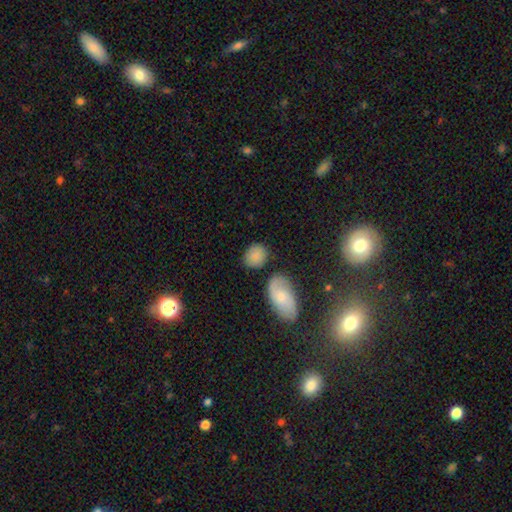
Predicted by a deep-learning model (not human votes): The model was most divided on "how rounded": round: 60%, in between: 38%, cigar-shaped: 2%. More confident: smooth or featured — smooth (84%); merging — none (72%).